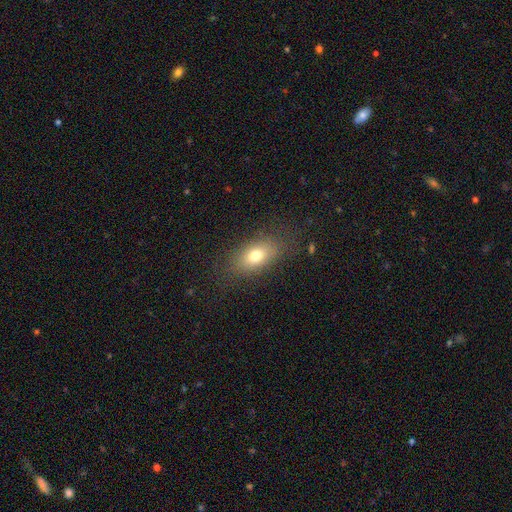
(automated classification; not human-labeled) smooth 74%, featured or disk 15%, star or artifact 10%. Down the decision tree: how rounded — in between (84%); merging — none (81%).